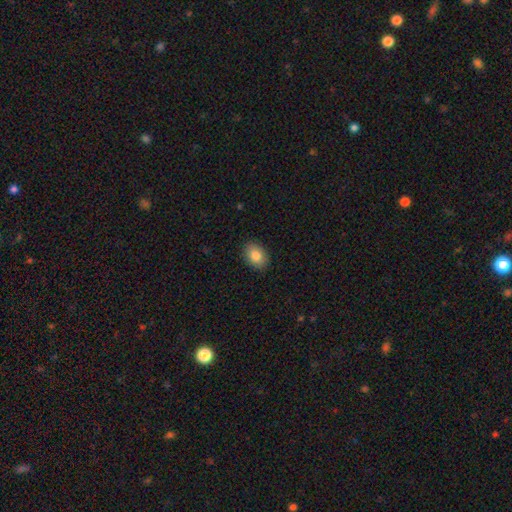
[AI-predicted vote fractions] A smooth galaxy with no disk features (83%) that is in between round and cigar-shaped (75%).

Vote fractions:
- Smooth or featured? smooth: 83% / featured or disk: 9% / star or artifact: 8%
- How rounded? in between: 75% / round: 24% / cigar-shaped: 1%
- Merging? none: 90% / minor disturbance: 7% / major disturbance: 2% / merger: 1%